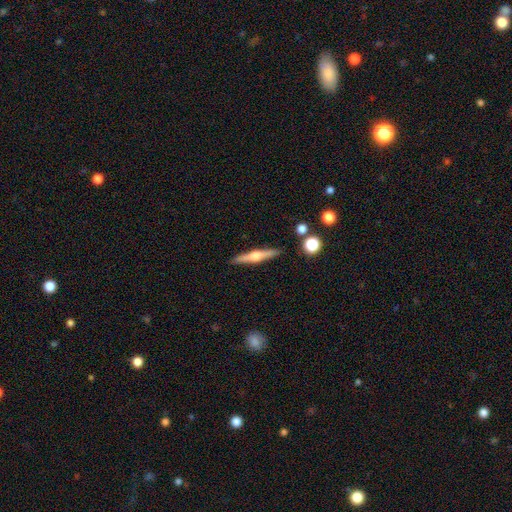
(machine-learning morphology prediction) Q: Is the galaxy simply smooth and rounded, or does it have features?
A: featured or disk — 66%.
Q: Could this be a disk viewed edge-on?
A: yes — 98%.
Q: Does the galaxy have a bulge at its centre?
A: rounded — 90%.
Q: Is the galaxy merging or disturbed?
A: none — 90%.